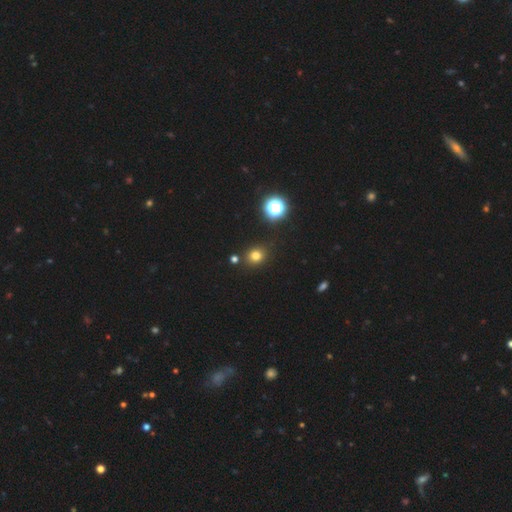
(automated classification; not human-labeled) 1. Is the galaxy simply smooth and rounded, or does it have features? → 74% smooth, 19% star or artifact, 7% featured or disk.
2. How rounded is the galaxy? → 74% round, 25% in between, 1% cigar-shaped.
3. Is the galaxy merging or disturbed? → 84% none, 8% minor disturbance, 5% merger, 3% major disturbance.